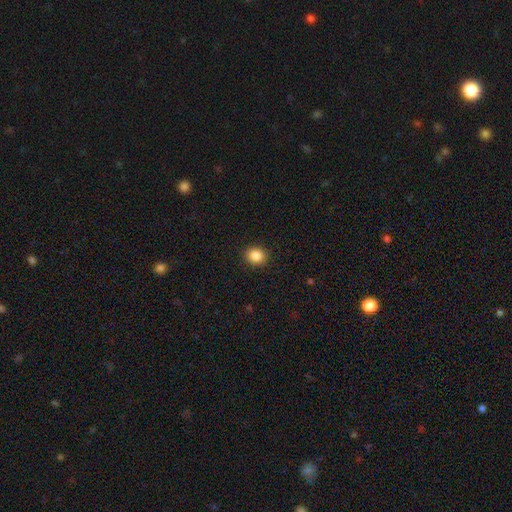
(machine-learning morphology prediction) smooth_or_featured: smooth (p=0.86) [alt: star or artifact p=0.10]
how_rounded: round (p=0.75) [alt: in between p=0.24]
merging: none (p=0.91) [alt: minor disturbance p=0.06]